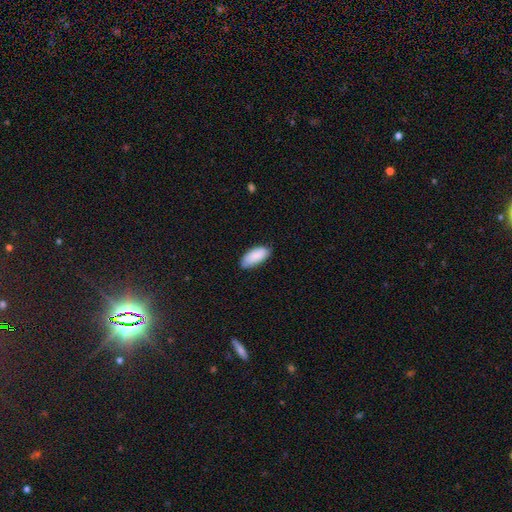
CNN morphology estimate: smooth-or-featured: smooth: 89% | star or artifact: 6% | featured or disk: 5%
  how-rounded: in between: 89% | cigar-shaped: 9% | round: 2%
  merging: none: 78% | minor disturbance: 18% | major disturbance: 2% | merger: 1%